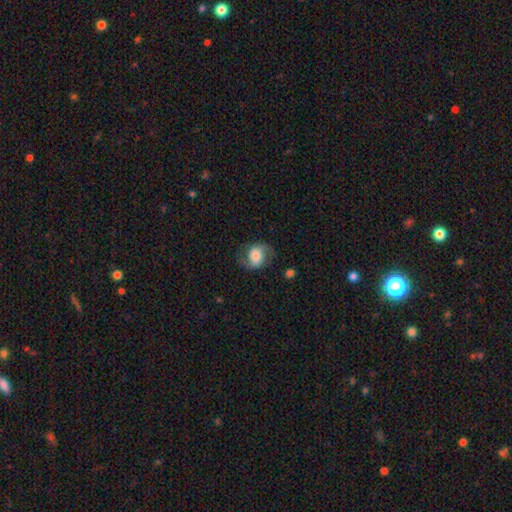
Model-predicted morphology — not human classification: Smooth or featured: featured or disk — 52% (smooth — 41%)
Edge-on disk: no — 97% (yes — 3%)
Merging: none — 69% (minor disturbance — 19%)